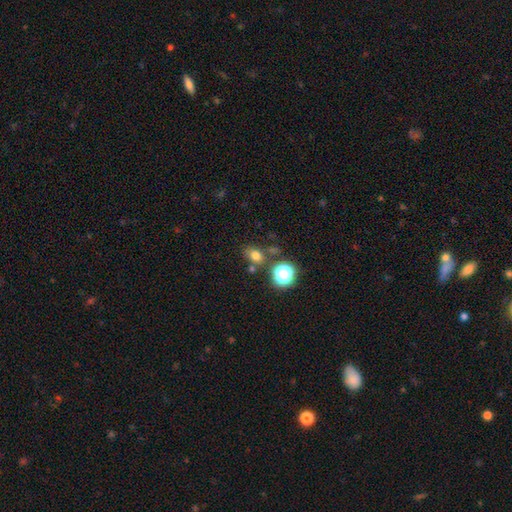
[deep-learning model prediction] Morphology: type=smooth (72%); roundness=in between (58%); merging=none (68%).